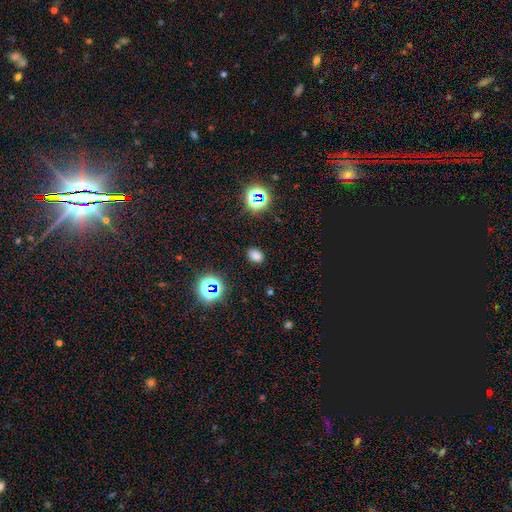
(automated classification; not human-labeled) This appears to be a smooth galaxy with no disk features (73%) that is in between round and cigar-shaped (72%). Merging: none (87%).